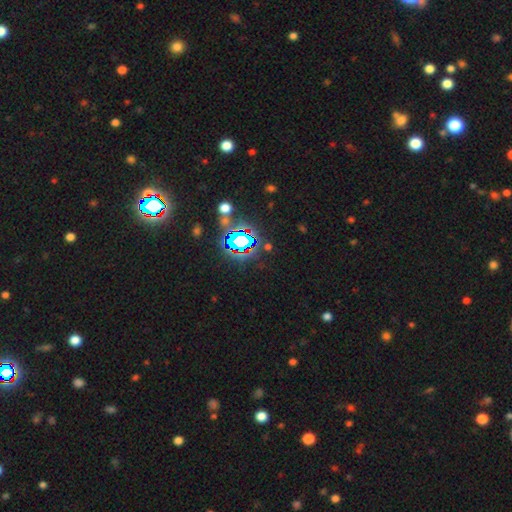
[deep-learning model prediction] Morphology: type=star or artifact (81%).